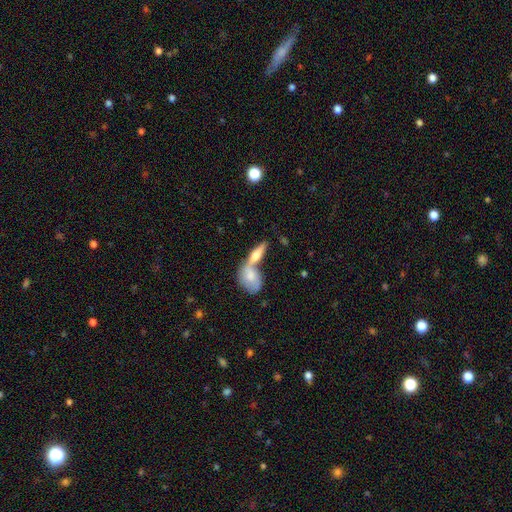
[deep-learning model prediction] Smooth or featured: smooth — 52% (featured or disk — 40%)
How rounded: in between — 54% (cigar-shaped — 38%)
Merging: merger — 56% (none — 32%)